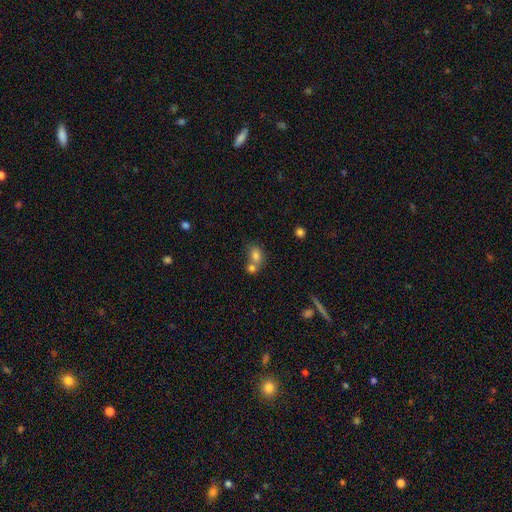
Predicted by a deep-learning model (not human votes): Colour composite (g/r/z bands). It shows a smooth galaxy with no disk features (77%) that is in between round and cigar-shaped (60%). Merging: merger (52%).